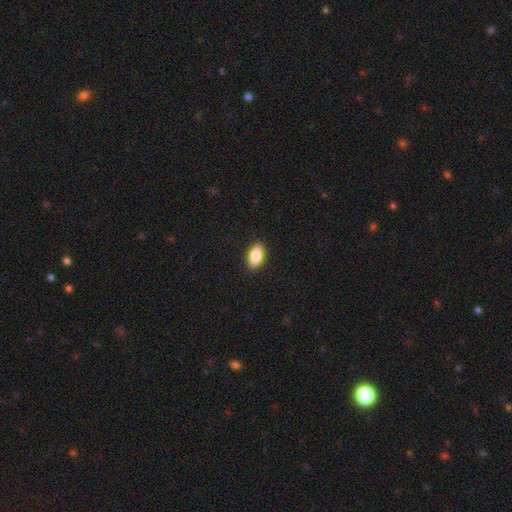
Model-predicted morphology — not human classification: Smooth or featured? smooth (86%)
How rounded? in between (92%)
Merging? none (90%)